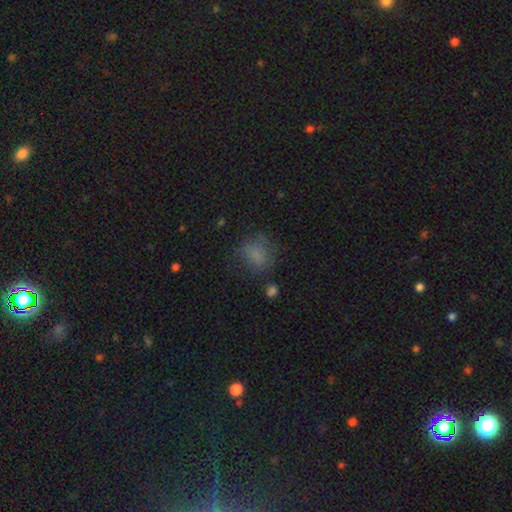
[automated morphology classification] This appears to be a smooth galaxy with no disk features (71%) that is round (57%). Merging: none (60%).